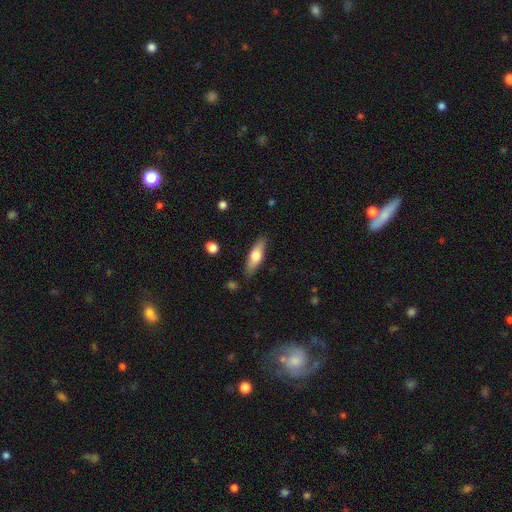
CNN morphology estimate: smooth 59%, featured or disk 35%, star or artifact 6%. Down the decision tree: how rounded — in between (49%); merging — none (85%).